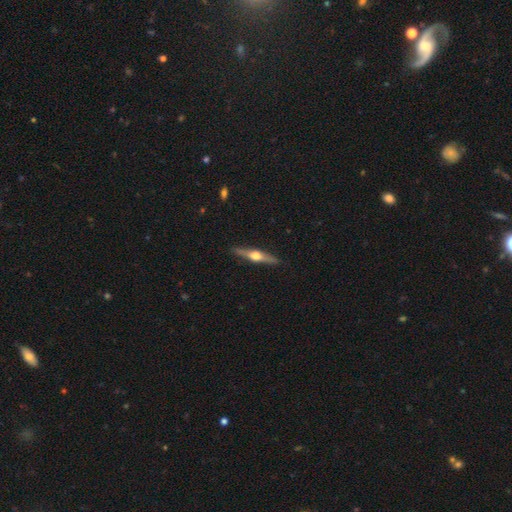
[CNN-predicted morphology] A featured or disk galaxy (72%) viewed edge-on (98%) with a rounded central bulge (95%).

Vote fractions:
- Smooth or featured? featured or disk: 72% / smooth: 22% / star or artifact: 5%
- Edge-on disk? yes: 98% / no: 2%
- Edge-on bulge? rounded: 95% / boxy: 3% / none: 2%
- Merging? none: 90% / minor disturbance: 8% / major disturbance: 2% / merger: 1%